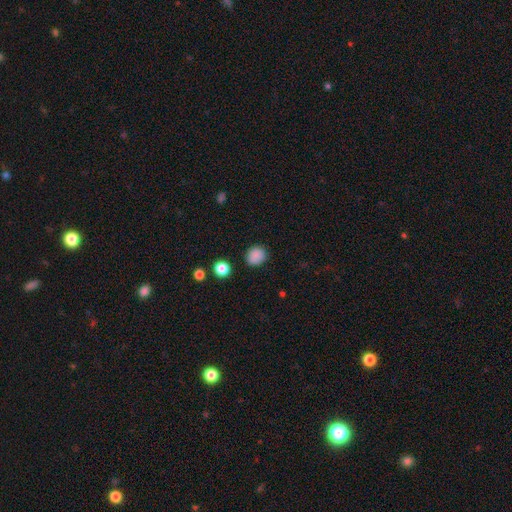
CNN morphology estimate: Smooth or featured?
  - smooth: 85% *
  - star or artifact: 11%
  - featured or disk: 4%
How rounded?
  - round: 81% *
  - in between: 18%
  - cigar-shaped: 1%
Merging?
  - none: 86% *
  - minor disturbance: 9%
  - major disturbance: 3%
  - merger: 1%